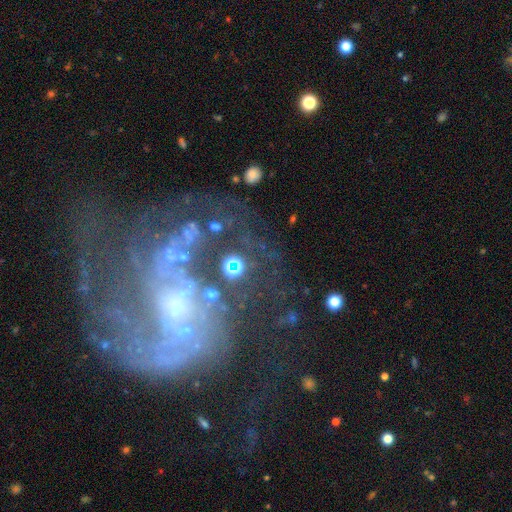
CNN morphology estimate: This appears to be a featured or disk galaxy (84%) with no bar (53%), 2 (44%) medium (45%) spiral arms (87%) and a small central bulge (44%). Merging: none (38%).